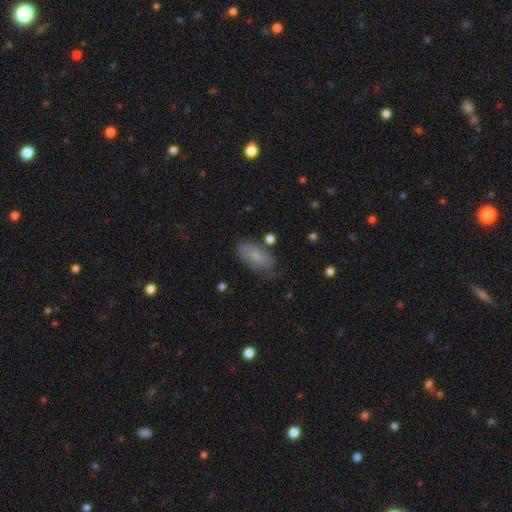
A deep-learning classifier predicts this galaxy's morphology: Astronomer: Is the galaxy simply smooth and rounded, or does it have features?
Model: smooth — 69%.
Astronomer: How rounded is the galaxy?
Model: in between — 91%.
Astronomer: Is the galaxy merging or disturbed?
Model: none — 56%.